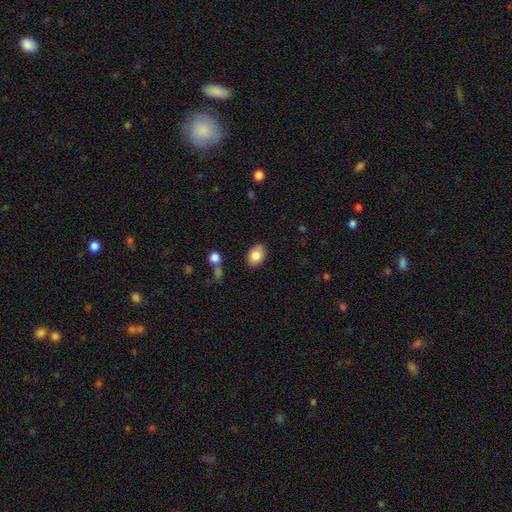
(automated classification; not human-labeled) Q: Smooth or featured?
A: smooth (83%); runner-up: featured or disk (9%)
Q: How rounded?
A: in between (82%); runner-up: round (17%)
Q: Merging?
A: none (82%); runner-up: minor disturbance (12%)